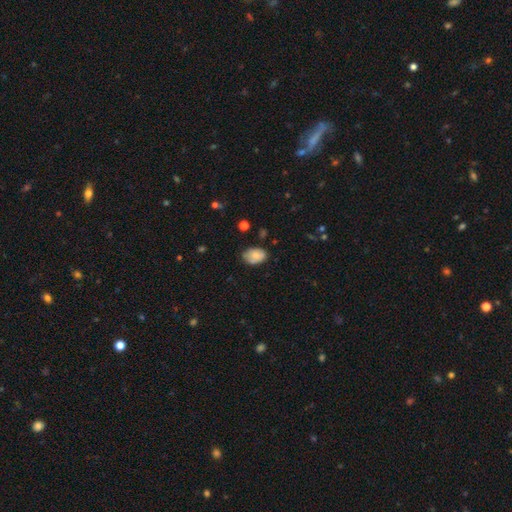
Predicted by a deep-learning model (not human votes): This is likely a smooth galaxy (72%). How rounded: clearly in between (85%). Merging: likely none (64%).